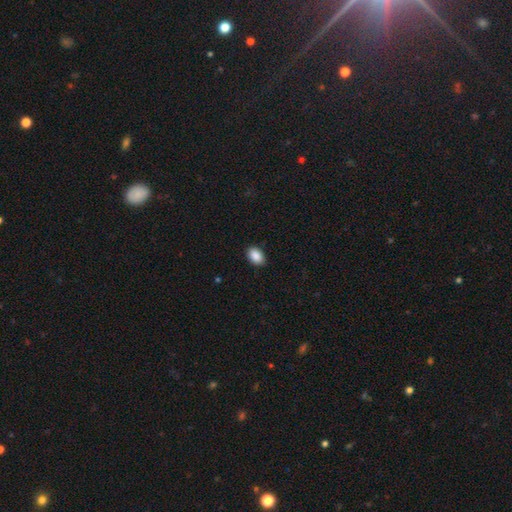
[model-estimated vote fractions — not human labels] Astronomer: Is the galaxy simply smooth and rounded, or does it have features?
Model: smooth — 89%.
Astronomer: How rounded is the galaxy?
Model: in between — 84%.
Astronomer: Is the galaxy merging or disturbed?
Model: none — 88%.